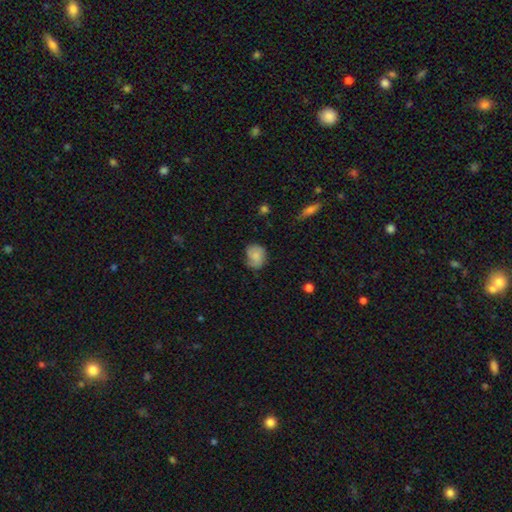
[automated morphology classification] Q: Smooth or featured?
A: smooth (68%); runner-up: featured or disk (25%)
Q: How rounded?
A: round (64%); runner-up: in between (35%)
Q: Merging?
A: none (57%); runner-up: minor disturbance (31%)